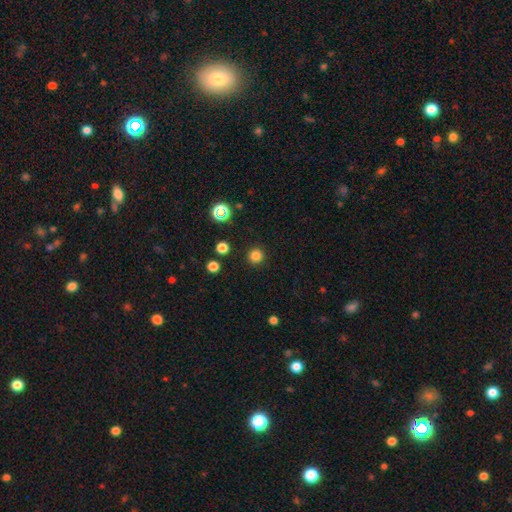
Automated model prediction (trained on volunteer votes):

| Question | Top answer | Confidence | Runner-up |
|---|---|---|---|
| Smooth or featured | smooth | 80% | star or artifact (16%) |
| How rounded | round | 96% | in between (3%) |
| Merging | none | 92% | minor disturbance (5%) |